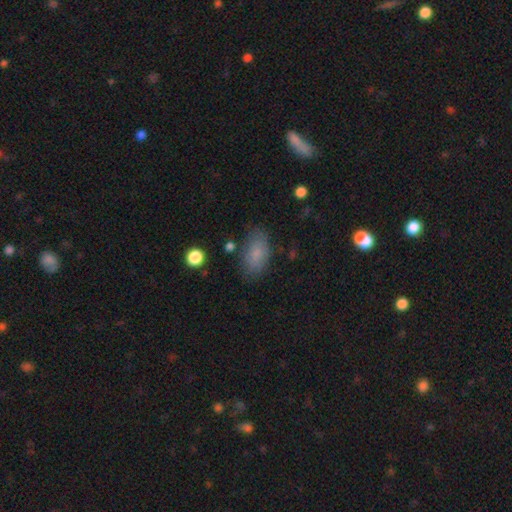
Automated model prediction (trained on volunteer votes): smooth-or-featured: smooth: 82% | featured or disk: 10% | star or artifact: 8%
  how-rounded: in between: 91% | round: 6% | cigar-shaped: 2%
  merging: none: 73% | minor disturbance: 18% | major disturbance: 6% | merger: 3%